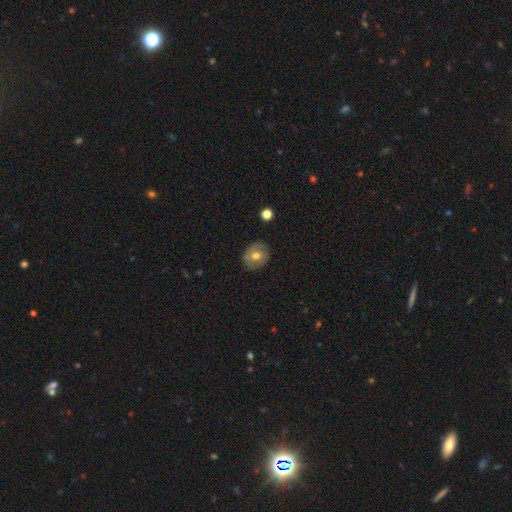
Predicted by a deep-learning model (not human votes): Q: Smooth or featured?
A: smooth (64%); runner-up: featured or disk (27%)
Q: How rounded?
A: round (75%); runner-up: in between (24%)
Q: Merging?
A: none (82%); runner-up: minor disturbance (14%)